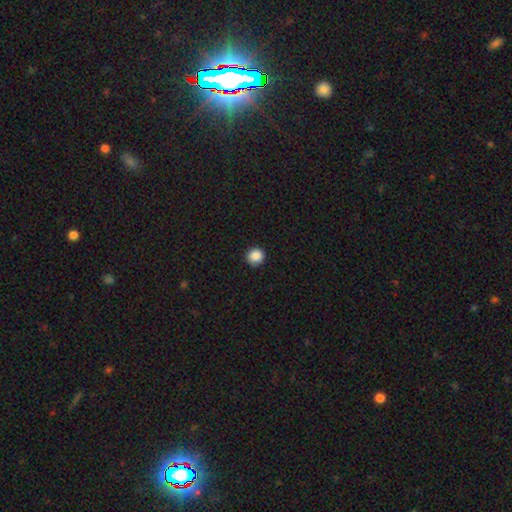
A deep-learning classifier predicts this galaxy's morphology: Overall: smooth (87%). How rounded: round (93%). Merging: none (90%).